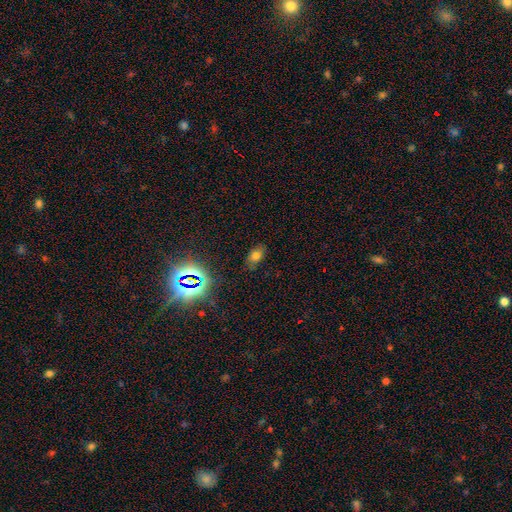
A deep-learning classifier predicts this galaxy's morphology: This is likely a smooth galaxy (67%). How rounded: clearly in between (84%). Merging: likely none (79%).